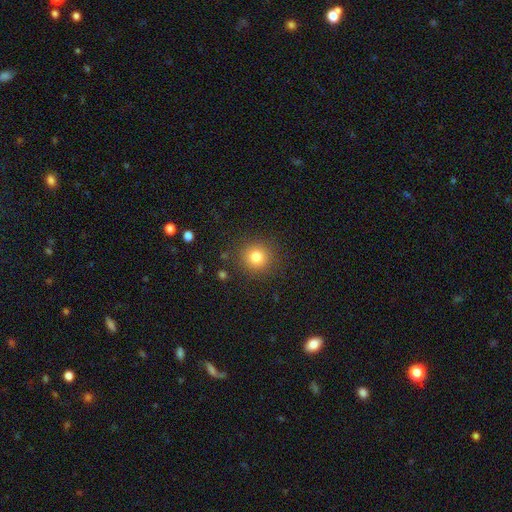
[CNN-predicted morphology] Smooth or featured: smooth — 80% (star or artifact — 13%)
How rounded: round — 93% (in between — 6%)
Merging: none — 89% (minor disturbance — 6%)